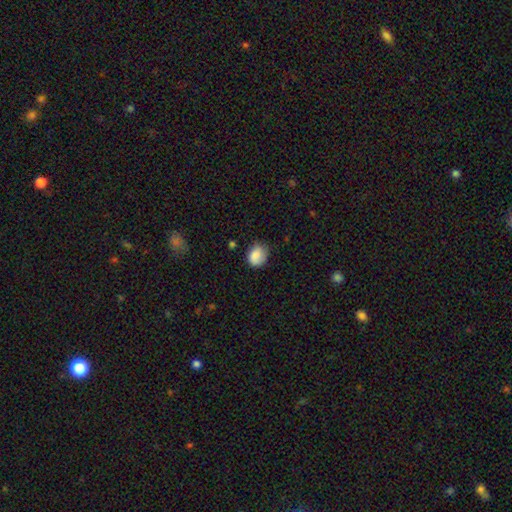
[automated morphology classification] smooth 84%, featured or disk 9%, star or artifact 8%. Down the decision tree: how rounded — round (51%); merging — none (65%).